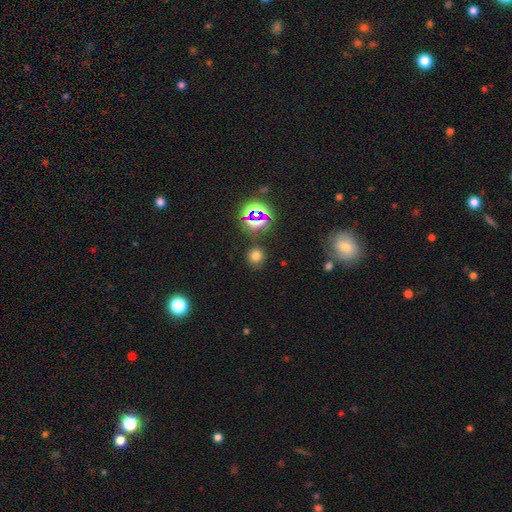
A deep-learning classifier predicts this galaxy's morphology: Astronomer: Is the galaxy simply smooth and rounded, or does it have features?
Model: smooth — 67%.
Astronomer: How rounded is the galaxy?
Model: round — 88%.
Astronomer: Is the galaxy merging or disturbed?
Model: none — 84%.